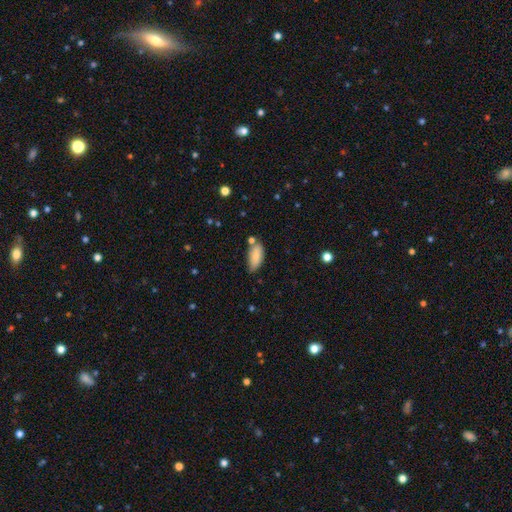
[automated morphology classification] Smooth or featured: smooth — 81% (featured or disk — 12%)
How rounded: in between — 85% (cigar-shaped — 12%)
Merging: none — 63% (minor disturbance — 24%)